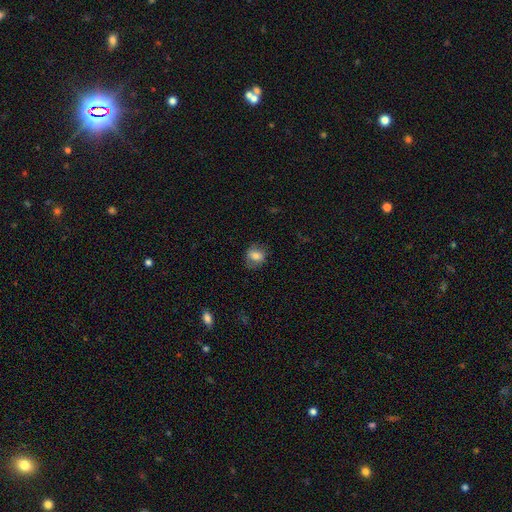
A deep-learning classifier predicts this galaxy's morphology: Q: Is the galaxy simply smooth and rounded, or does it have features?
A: smooth — 74%.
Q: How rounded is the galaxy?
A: round — 54%.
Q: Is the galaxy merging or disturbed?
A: none — 72%.